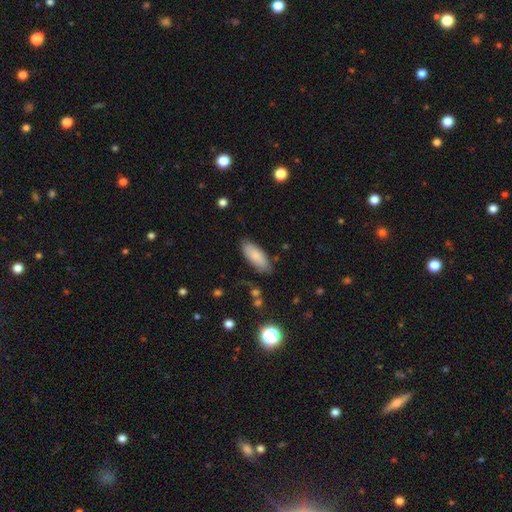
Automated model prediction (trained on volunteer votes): Smooth or featured: smooth — 80% (featured or disk — 14%)
How rounded: in between — 78% (cigar-shaped — 20%)
Merging: none — 78% (minor disturbance — 16%)